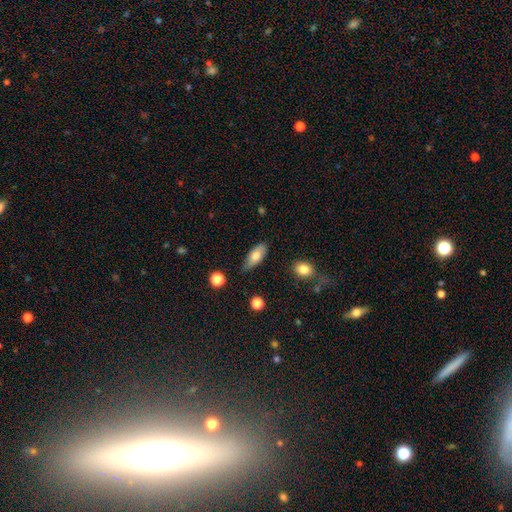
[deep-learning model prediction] Smooth or featured? smooth (77%)
How rounded? in between (83%)
Merging? none (70%)